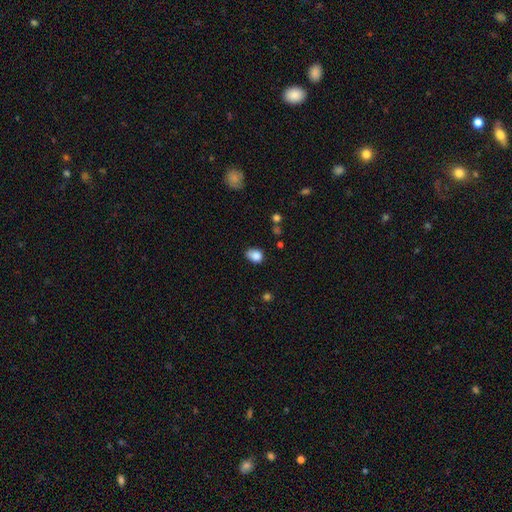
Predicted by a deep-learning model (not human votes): smooth-or-featured: smooth: 85% | star or artifact: 10% | featured or disk: 5%
  how-rounded: in between: 64% | round: 35% | cigar-shaped: 1%
  merging: none: 59% | minor disturbance: 31% | major disturbance: 7% | merger: 3%